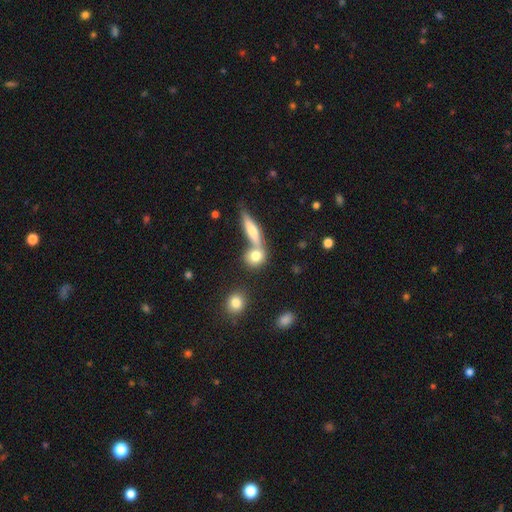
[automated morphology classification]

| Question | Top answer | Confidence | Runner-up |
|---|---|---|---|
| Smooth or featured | smooth | 77% | featured or disk (14%) |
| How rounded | round | 68% | in between (23%) |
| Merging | none | 50% | merger (37%) |